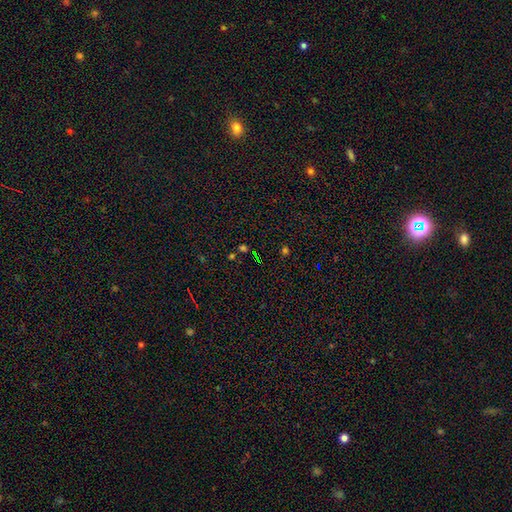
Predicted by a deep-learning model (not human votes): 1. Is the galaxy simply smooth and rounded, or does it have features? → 60% star or artifact, 30% smooth, 10% featured or disk.